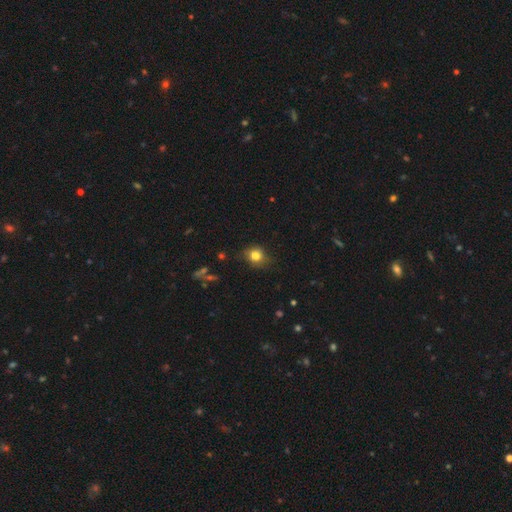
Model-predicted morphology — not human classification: type=smooth (80%); roundness=round (73%); merging=none (70%).